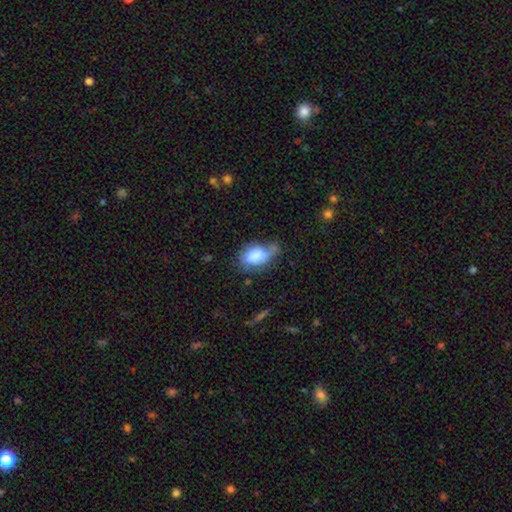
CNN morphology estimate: This is likely a smooth galaxy (70%). How rounded: clearly in between (87%). Merging: marginally minor disturbance (35%).